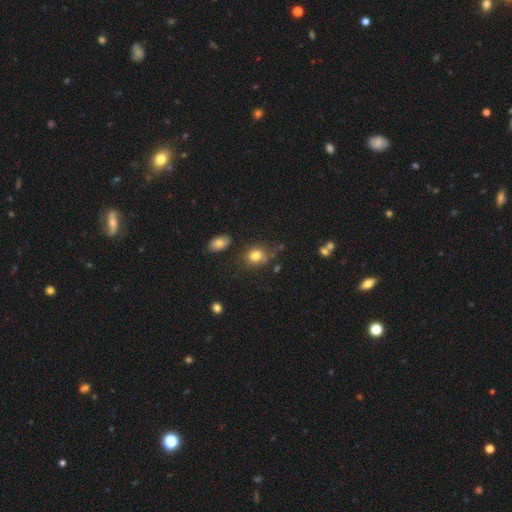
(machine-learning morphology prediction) Overall: smooth (80%). How rounded: round (57%; in between 42%). Merging: none (68%).